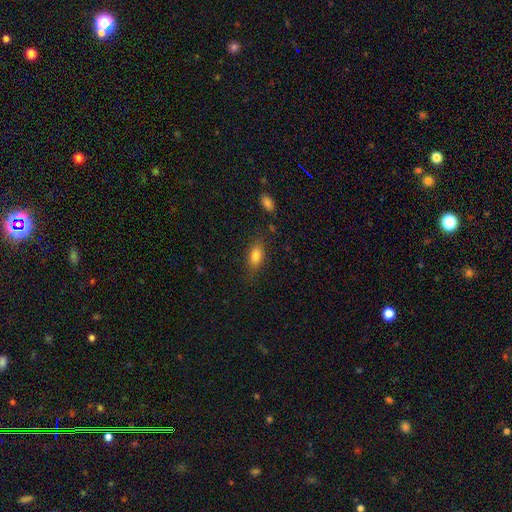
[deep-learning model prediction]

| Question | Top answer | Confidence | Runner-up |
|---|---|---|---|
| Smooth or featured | smooth | 83% | featured or disk (9%) |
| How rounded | in between | 85% | cigar-shaped (8%) |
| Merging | none | 78% | minor disturbance (15%) |